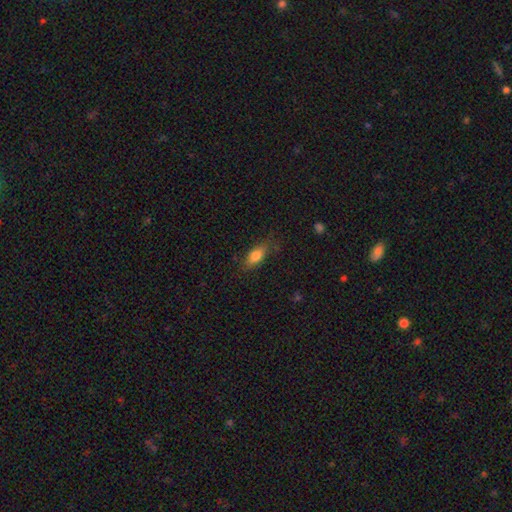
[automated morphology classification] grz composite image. It shows a smooth galaxy with no disk features (79%) that is in between round and cigar-shaped (80%). Merging: none (75%).